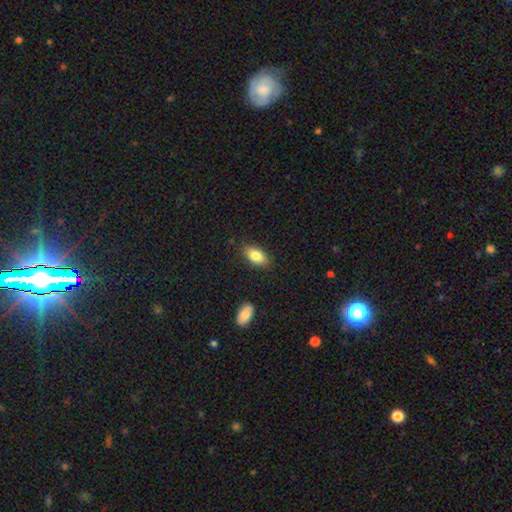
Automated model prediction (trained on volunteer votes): smooth_or_featured: smooth (p=0.82) [alt: featured or disk p=0.11]
how_rounded: in between (p=0.90) [alt: cigar-shaped p=0.07]
merging: none (p=0.85) [alt: minor disturbance p=0.11]